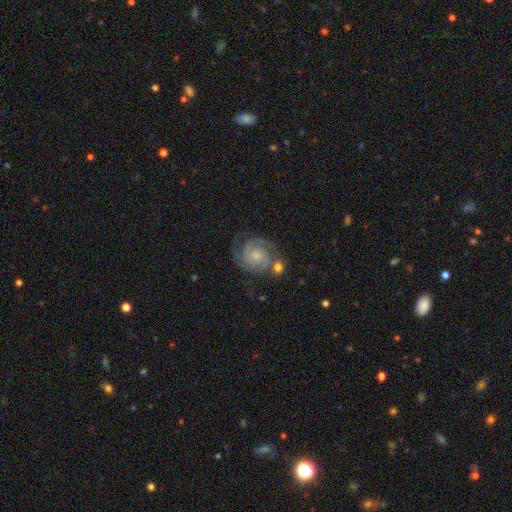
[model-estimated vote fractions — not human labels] The model was most divided on "bulge size": small: 60%, moderate: 31%, none: 5%, large: 2%, dominant: 1%. More confident: edge-on disk — no (98%); spiral arms — yes (98%); smooth or featured — featured or disk (87%); spiral arm count — 2 (73%); bar — no (72%); spiral winding — tight (68%); merging — none (65%).